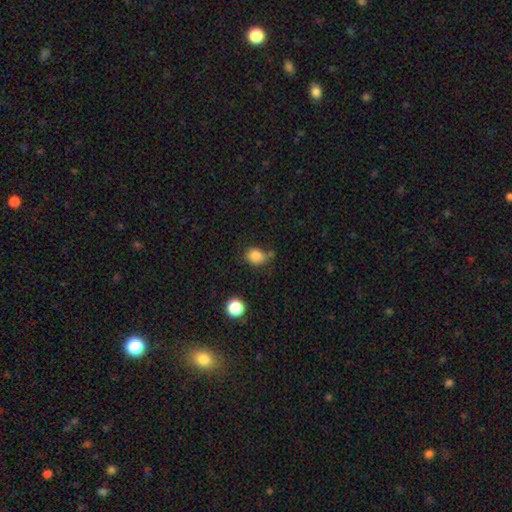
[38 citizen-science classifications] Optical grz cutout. It shows a smooth galaxy with no disk features (87%) that is in between round and cigar-shaped (64%). Merging: none (54%).